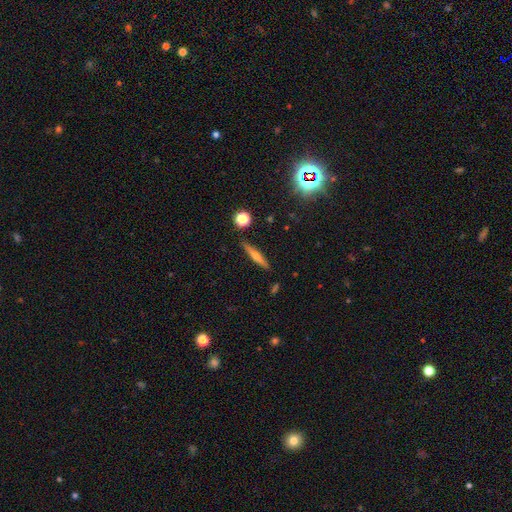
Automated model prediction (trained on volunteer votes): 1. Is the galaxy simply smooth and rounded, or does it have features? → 47% featured or disk, 44% smooth, 9% star or artifact.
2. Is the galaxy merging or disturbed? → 89% none, 8% minor disturbance, 2% merger, 2% major disturbance.